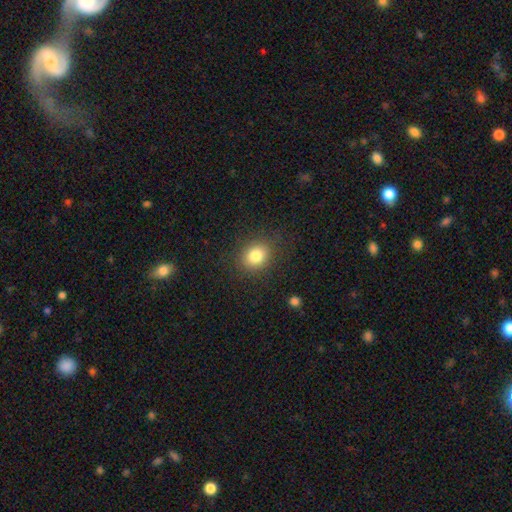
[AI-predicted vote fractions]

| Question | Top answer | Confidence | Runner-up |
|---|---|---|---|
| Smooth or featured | smooth | 82% | star or artifact (11%) |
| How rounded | round | 63% | in between (36%) |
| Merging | none | 86% | minor disturbance (9%) |